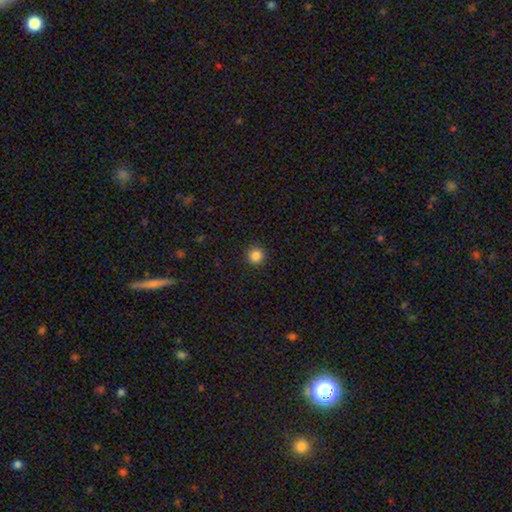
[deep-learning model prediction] Overall: smooth (85%). How rounded: round (95%). Merging: none (92%).